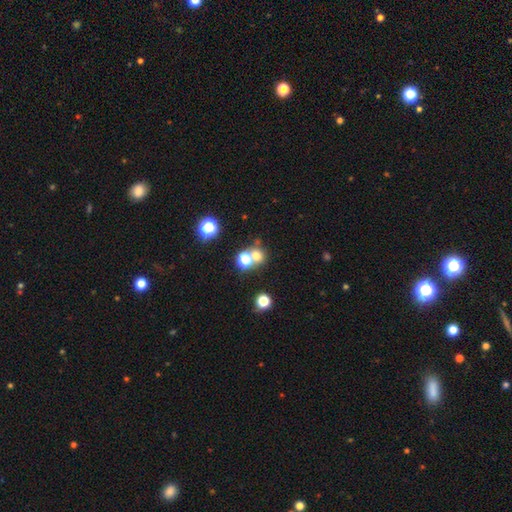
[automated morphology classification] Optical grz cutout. It shows a smooth galaxy with no disk features (67%) that is round (82%). Merging: none (52%).